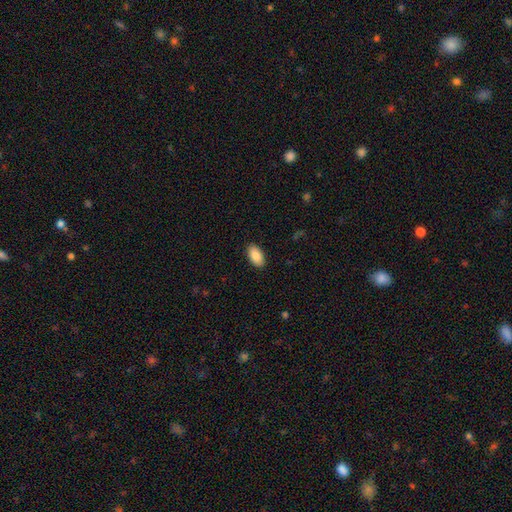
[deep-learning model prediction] This is clearly a smooth galaxy (89%). How rounded: clearly in between (95%). Merging: clearly none (89%).